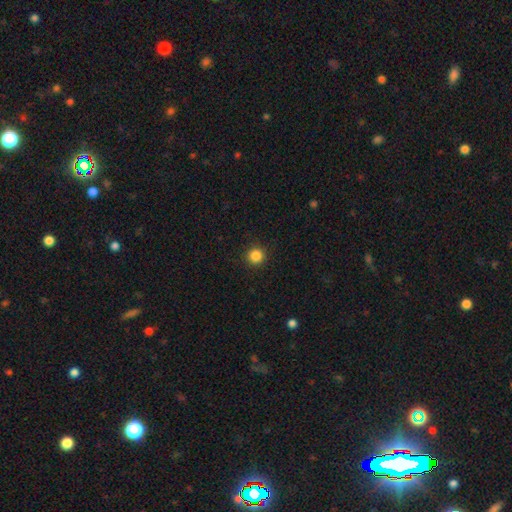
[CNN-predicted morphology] Smooth or featured: smooth — 86% (star or artifact — 11%)
How rounded: round — 95% (in between — 4%)
Merging: none — 92% (minor disturbance — 5%)